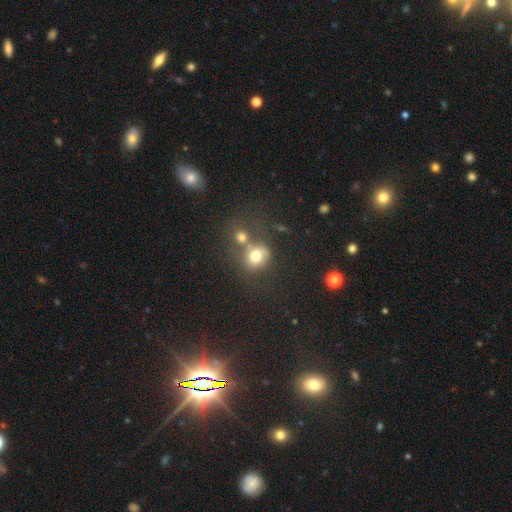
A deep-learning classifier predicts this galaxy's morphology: smooth_or_featured: smooth (p=0.72) [alt: featured or disk p=0.14]
how_rounded: round (p=0.69) [alt: in between p=0.30]
merging: merger (p=0.41) [alt: none p=0.38]